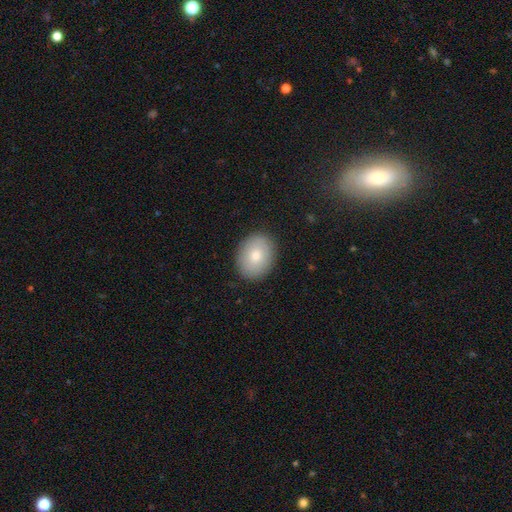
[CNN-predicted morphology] A smooth galaxy with no disk features (78%) that is in between round and cigar-shaped (56%).

Vote fractions:
- Smooth or featured? smooth: 78% / featured or disk: 15% / star or artifact: 7%
- How rounded? in between: 56% / round: 43% / cigar-shaped: 1%
- Merging? none: 88% / minor disturbance: 8% / major disturbance: 2% / merger: 1%